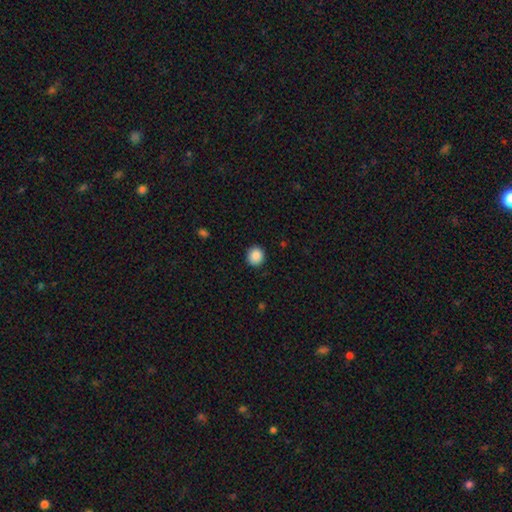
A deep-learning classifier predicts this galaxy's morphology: Q: Smooth or featured?
A: smooth (89%); runner-up: star or artifact (9%)
Q: How rounded?
A: round (89%); runner-up: in between (10%)
Q: Merging?
A: none (90%); runner-up: minor disturbance (7%)